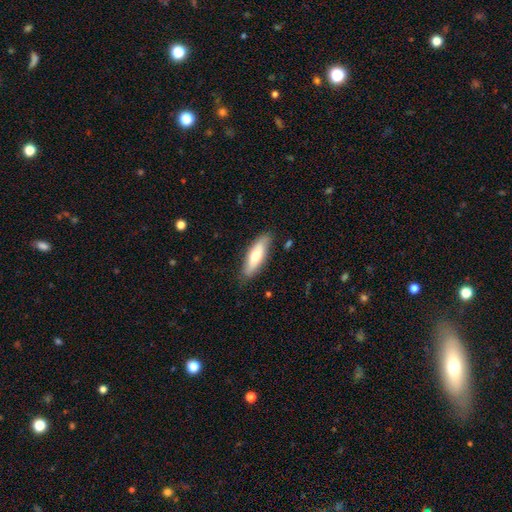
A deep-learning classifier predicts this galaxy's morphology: Smooth or featured? Predicted: smooth (p=0.64). How rounded? Predicted: in between (p=0.50). Merging? Predicted: none (p=0.83).